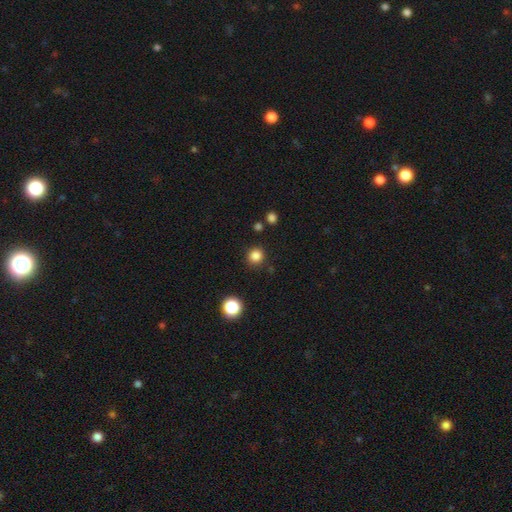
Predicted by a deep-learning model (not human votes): Morphology: type=smooth (84%); roundness=round (93%); merging=none (88%).